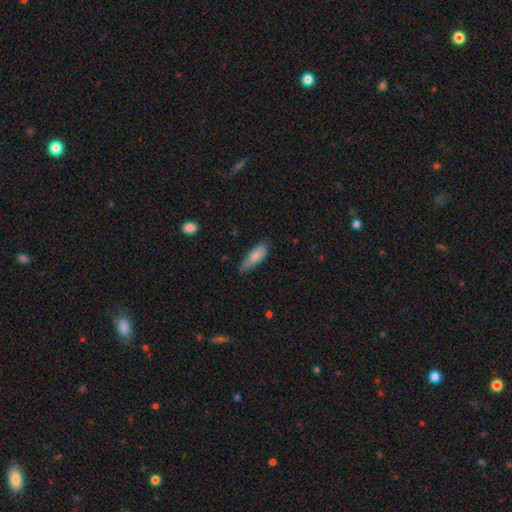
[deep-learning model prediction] smooth_or_featured: smooth (p=0.81) [alt: featured or disk p=0.13]
how_rounded: in between (p=0.67) [alt: cigar-shaped p=0.31]
merging: none (p=0.57) [alt: minor disturbance p=0.35]